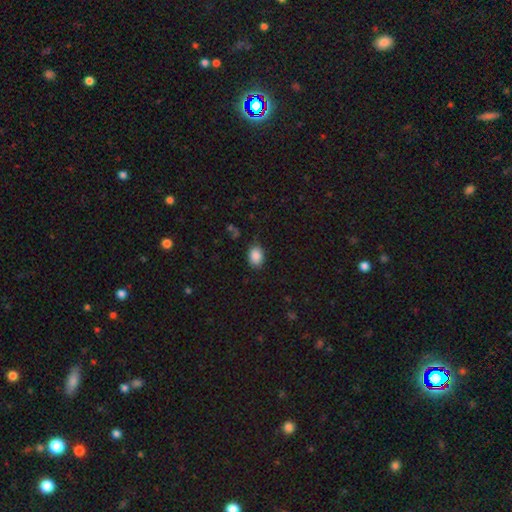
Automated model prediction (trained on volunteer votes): Q: Smooth or featured?
A: smooth (87%); runner-up: star or artifact (9%)
Q: How rounded?
A: in between (73%); runner-up: round (26%)
Q: Merging?
A: none (80%); runner-up: minor disturbance (15%)